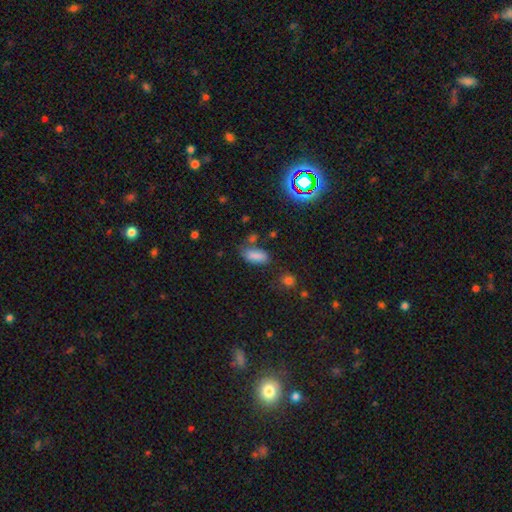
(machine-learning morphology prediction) Smooth or featured? smooth (80%)
How rounded? in between (85%)
Merging? none (57%)